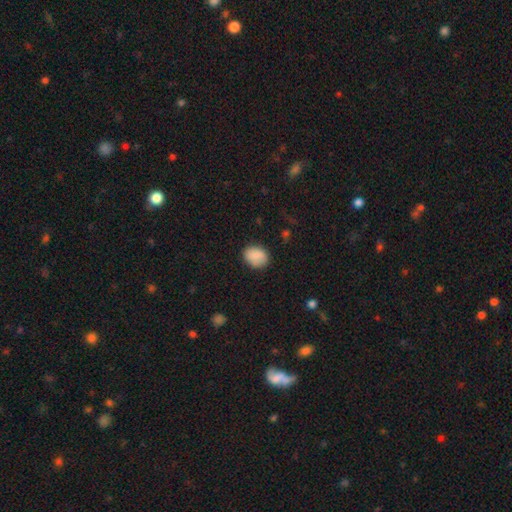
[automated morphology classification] Smooth or featured?
  - smooth: 87% *
  - star or artifact: 8%
  - featured or disk: 6%
How rounded?
  - in between: 59% *
  - round: 40%
  - cigar-shaped: 1%
Merging?
  - none: 82% *
  - minor disturbance: 14%
  - major disturbance: 3%
  - merger: 1%